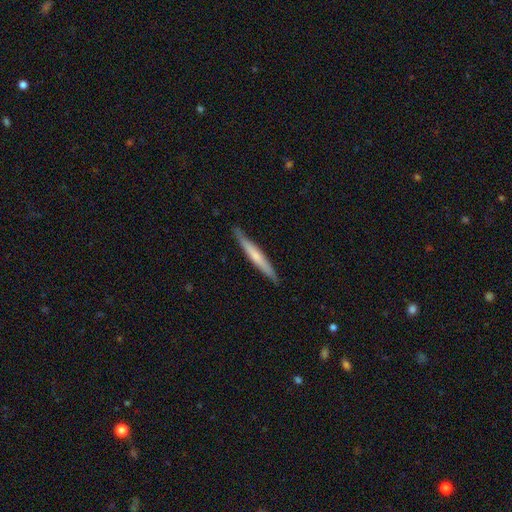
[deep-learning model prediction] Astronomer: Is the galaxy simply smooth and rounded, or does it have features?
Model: smooth — 54% (runner-up: featured or disk, 41%).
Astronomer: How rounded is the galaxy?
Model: cigar-shaped — 96%.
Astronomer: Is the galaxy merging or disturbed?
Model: none — 89%.